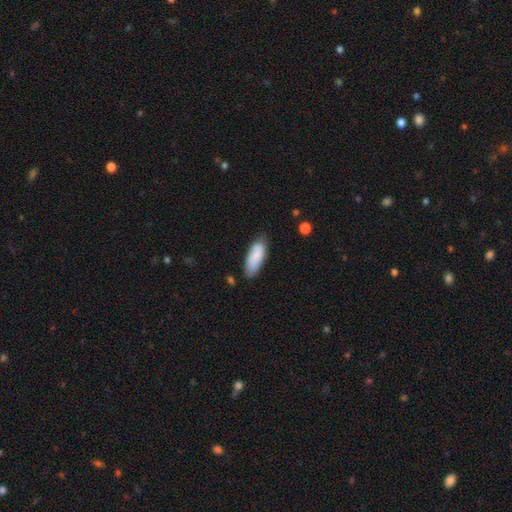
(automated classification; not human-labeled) This is clearly a smooth galaxy (83%). How rounded: likely in between (73%). Merging: likely none (70%).